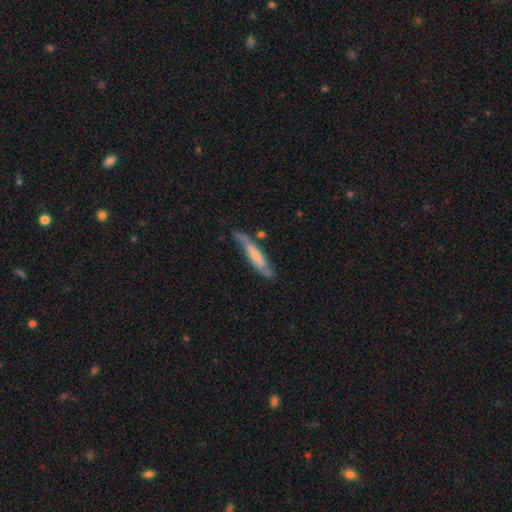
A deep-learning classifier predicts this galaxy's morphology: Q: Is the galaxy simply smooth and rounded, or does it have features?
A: featured or disk — 50%.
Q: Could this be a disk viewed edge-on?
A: no — 51%.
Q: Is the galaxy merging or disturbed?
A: none — 61%.